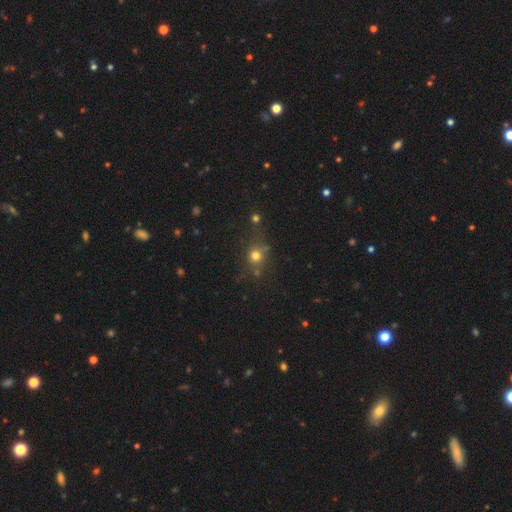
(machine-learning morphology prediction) A smooth galaxy with no disk features (71%) that is round (80%). Merging: none (68%).